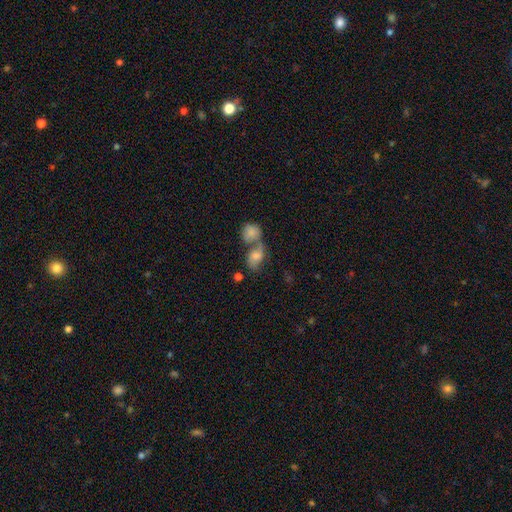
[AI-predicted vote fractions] This is possibly a smooth galaxy (50%). Merging: possibly merger (58%).